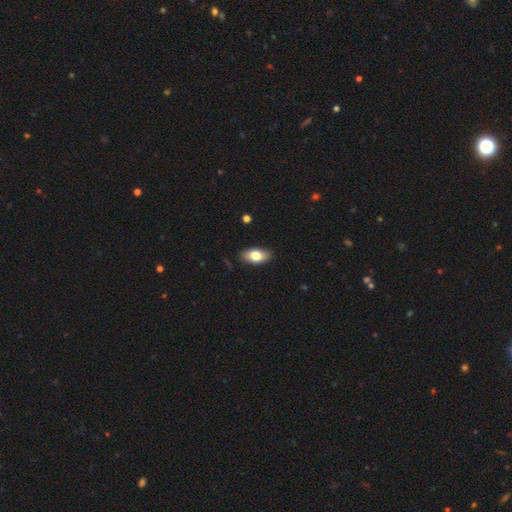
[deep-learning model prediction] smooth_or_featured: smooth (p=0.77) [alt: featured or disk p=0.17]
how_rounded: in between (p=0.90) [alt: round p=0.05]
merging: none (p=0.85) [alt: minor disturbance p=0.12]